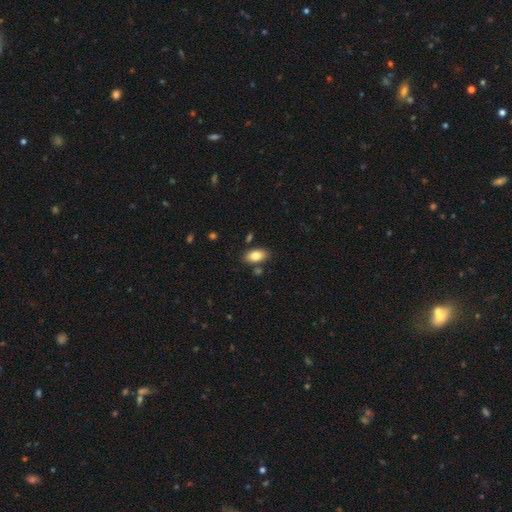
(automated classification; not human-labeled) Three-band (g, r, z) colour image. It shows a smooth galaxy with no disk features (81%) that is in between round and cigar-shaped (93%). Merging: none (81%).